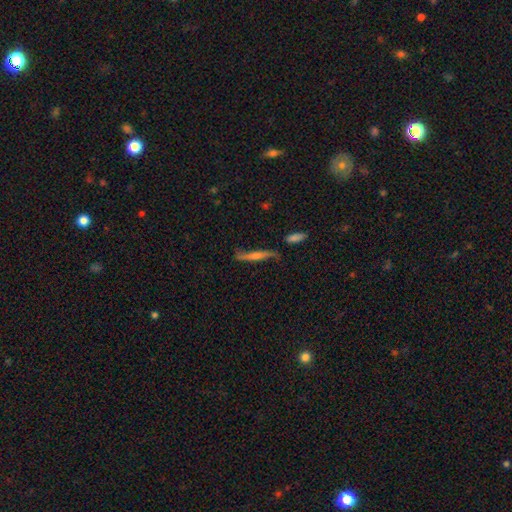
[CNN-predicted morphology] Overall: featured or disk (68%). Edge-on disk: yes (79%). Edge-on bulge: rounded (74%). Merging: none (72%).